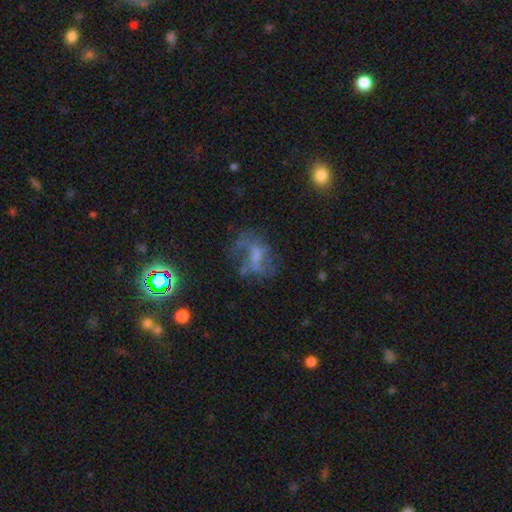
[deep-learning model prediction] Q: Smooth or featured?
A: featured or disk (54%); runner-up: star or artifact (23%)
Q: Edge-on disk?
A: no (96%); runner-up: yes (4%)
Q: Bar?
A: no (49%); runner-up: weak (38%)
Q: Spiral arms?
A: yes (58%); runner-up: no (42%)
Q: Bulge size?
A: none (36%); runner-up: small (31%)
Q: Merging?
A: none (45%); runner-up: major disturbance (30%)